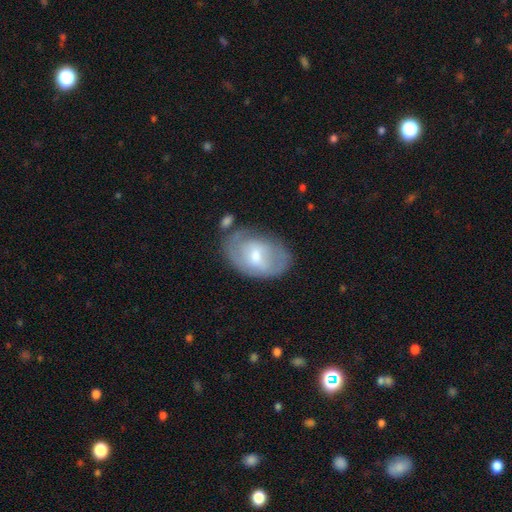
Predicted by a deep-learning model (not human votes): Smooth or featured? featured or disk (55%)
Edge-on disk? no (94%)
Bar? weak (52%)
Spiral arms? yes (65%)
Bulge size? moderate (56%)
Merging? none (58%)